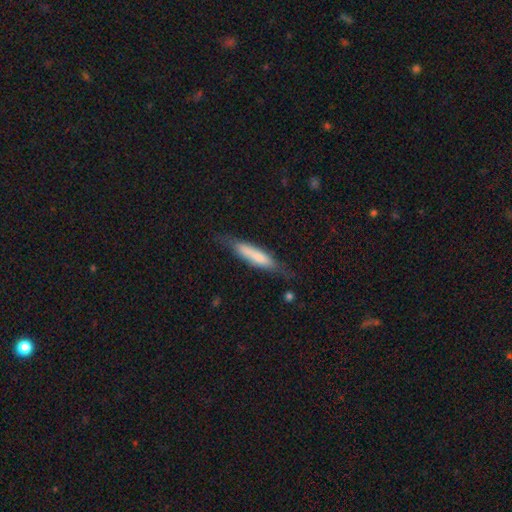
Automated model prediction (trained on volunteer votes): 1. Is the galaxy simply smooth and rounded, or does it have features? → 67% smooth, 27% featured or disk, 6% star or artifact.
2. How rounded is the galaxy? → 84% cigar-shaped, 15% in between, 1% round.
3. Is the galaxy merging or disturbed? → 71% none, 21% minor disturbance, 6% major disturbance, 2% merger.